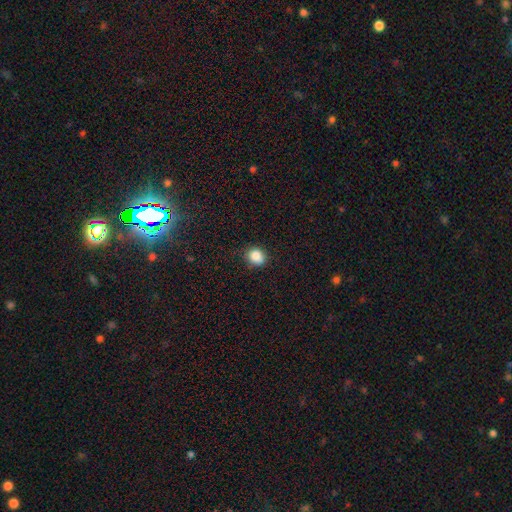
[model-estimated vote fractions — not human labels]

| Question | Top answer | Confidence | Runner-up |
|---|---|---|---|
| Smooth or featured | smooth | 85% | star or artifact (10%) |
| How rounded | round | 74% | in between (25%) |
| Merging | none | 74% | minor disturbance (19%) |